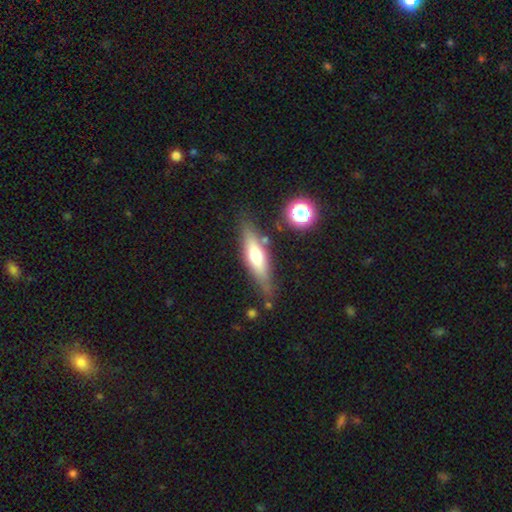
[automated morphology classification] Smooth or featured? Predicted: smooth (p=0.48). Merging? Predicted: none (p=0.74).